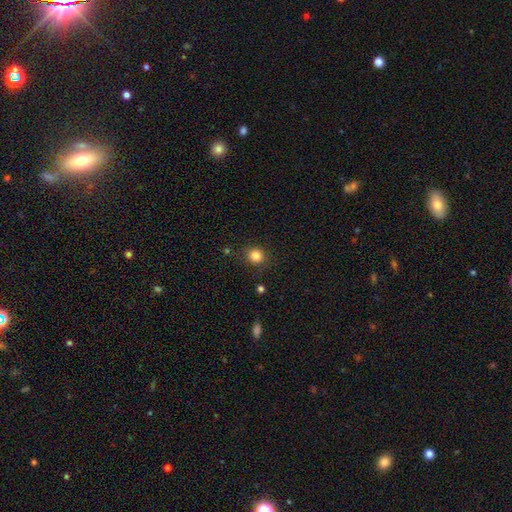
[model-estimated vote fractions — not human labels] This is clearly a smooth galaxy (84%). How rounded: clearly round (88%). Merging: clearly none (84%).